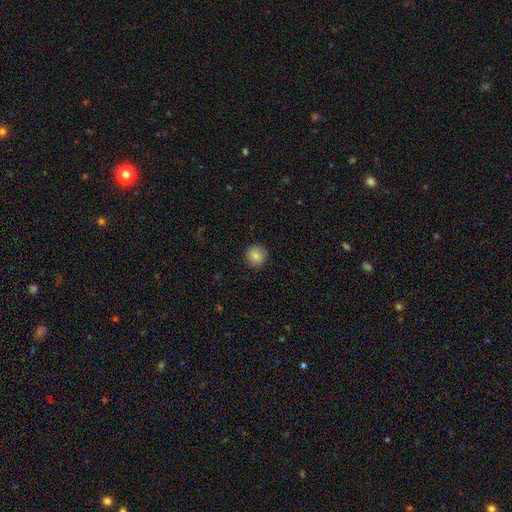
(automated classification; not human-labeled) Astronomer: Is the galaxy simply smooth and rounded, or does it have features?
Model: smooth — 86%.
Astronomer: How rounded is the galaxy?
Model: round — 93%.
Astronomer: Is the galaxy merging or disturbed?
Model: none — 90%.